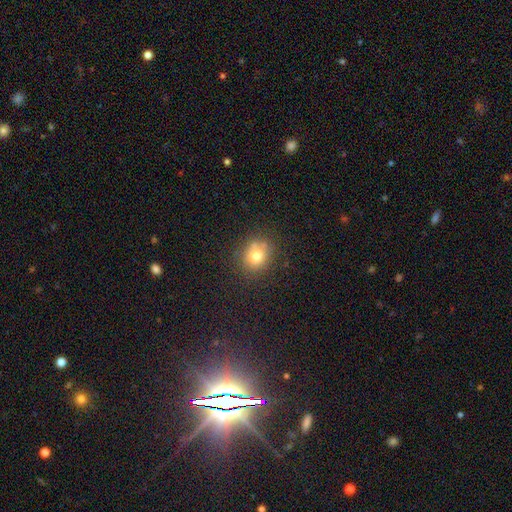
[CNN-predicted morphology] Smooth or featured?
  - smooth: 73% *
  - star or artifact: 14%
  - featured or disk: 13%
How rounded?
  - round: 78% *
  - in between: 21%
  - cigar-shaped: 1%
Merging?
  - none: 72% *
  - minor disturbance: 14%
  - merger: 10%
  - major disturbance: 4%